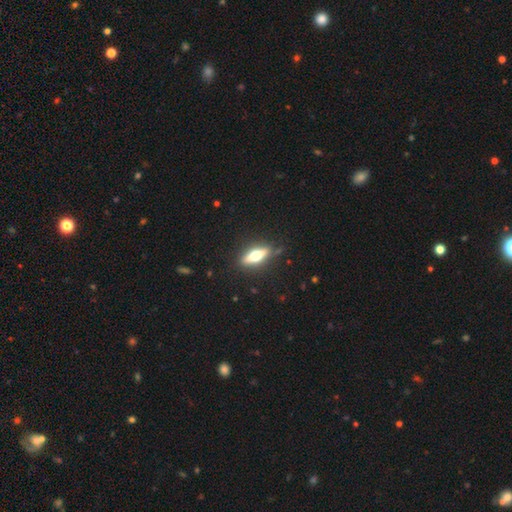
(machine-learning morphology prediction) Smooth or featured? Predicted: featured or disk (p=0.52). Edge-on disk? Predicted: yes (p=0.88). Merging? Predicted: none (p=0.85).